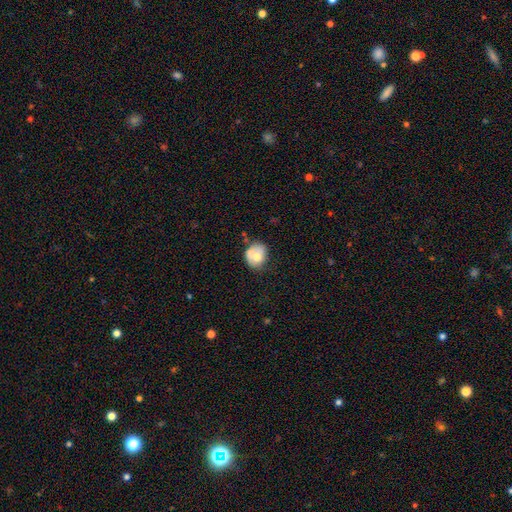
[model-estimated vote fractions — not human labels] Morphology: type=smooth (64%); roundness=round (62%); merging=none (46%).